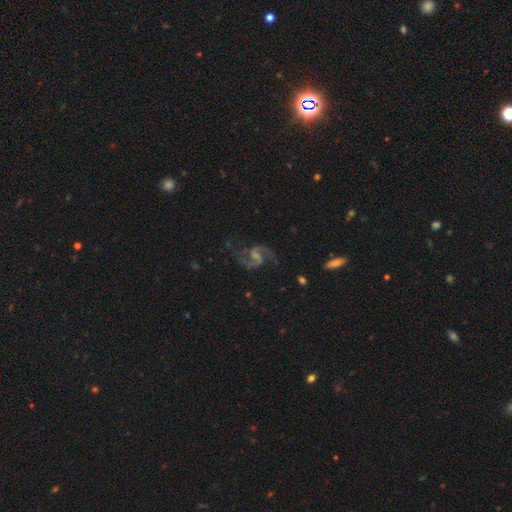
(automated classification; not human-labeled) Smooth or featured?
  - featured or disk: 90% *
  - star or artifact: 6%
  - smooth: 3%
Edge-on disk?
  - no: 98% *
  - yes: 2%
Bar?
  - weak: 55% *
  - no: 25%
  - strong: 21%
Spiral arms?
  - yes: 98% *
  - no: 2%
Spiral winding?
  - medium: 52% *
  - loose: 40%
  - tight: 8%
Spiral arm count?
  - 2: 94% *
  - can't tell: 2%
  - 3: 1%
  - 1: 1%
  - 4: 1%
  - more than 4: 1%
Bulge size?
  - small: 43% *
  - none: 29%
  - moderate: 25%
  - large: 3%
  - dominant: 1%
Merging?
  - none: 76% *
  - minor disturbance: 14%
  - major disturbance: 8%
  - merger: 2%